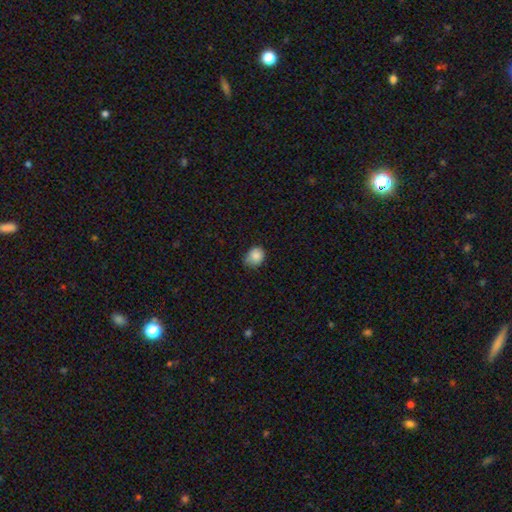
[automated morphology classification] type=smooth (86%); roundness=round (57%); merging=none (58%).